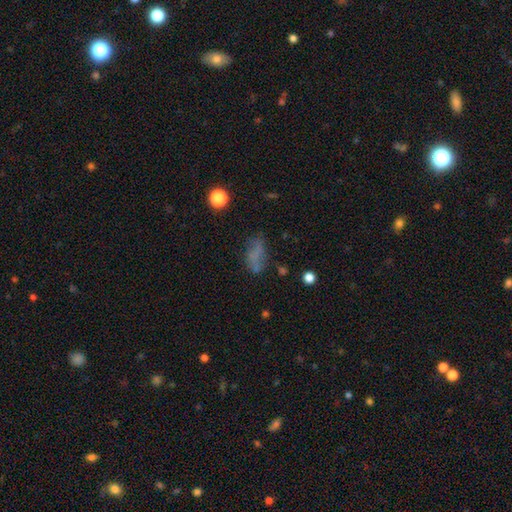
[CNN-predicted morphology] A smooth galaxy with no disk features (57%) that is in between round and cigar-shaped (77%).

Vote fractions:
- Smooth or featured? smooth: 57% / featured or disk: 24% / star or artifact: 19%
- How rounded? in between: 77% / cigar-shaped: 15% / round: 9%
- Merging? none: 52% / minor disturbance: 24% / major disturbance: 17% / merger: 7%